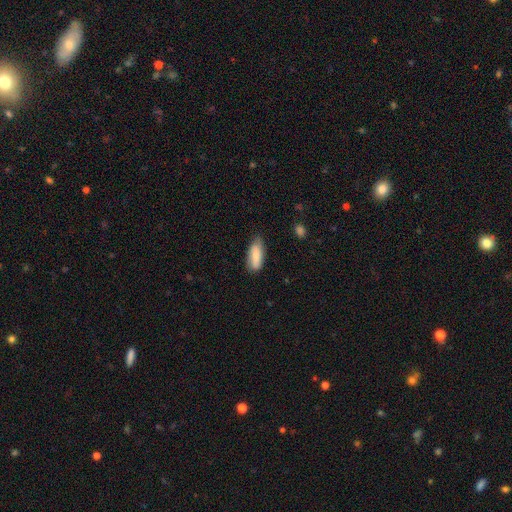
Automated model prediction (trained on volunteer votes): Morphology: type=smooth (77%); roundness=in between (78%); merging=none (70%).